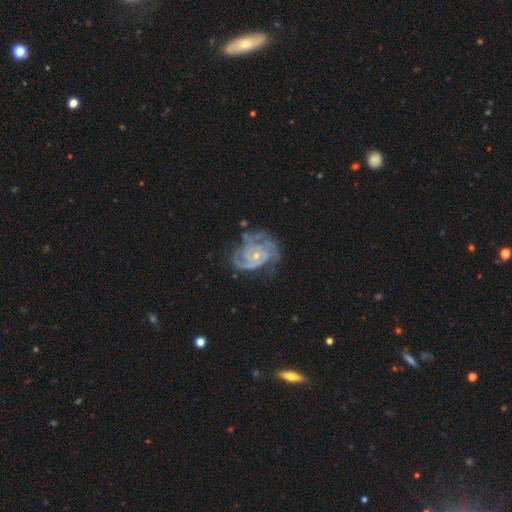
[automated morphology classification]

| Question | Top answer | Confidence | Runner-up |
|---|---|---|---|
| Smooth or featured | featured or disk | 91% | star or artifact (5%) |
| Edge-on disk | no | 98% | yes (2%) |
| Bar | no | 70% | weak (24%) |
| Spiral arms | yes | 98% | no (2%) |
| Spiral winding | tight | 61% | medium (34%) |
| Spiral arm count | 3 | 38% | 2 (27%) |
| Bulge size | small | 70% | moderate (26%) |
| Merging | none | 58% | minor disturbance (24%) |